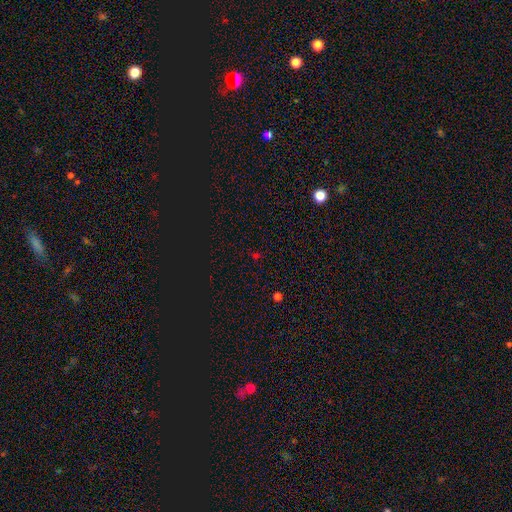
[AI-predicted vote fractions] A star or artifact, not a galaxy (66%).

Vote fractions:
- Smooth or featured? star or artifact: 66% / smooth: 27% / featured or disk: 7%